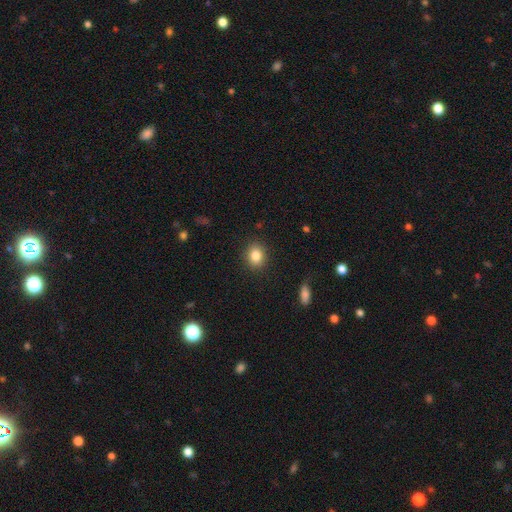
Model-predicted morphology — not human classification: Overall: smooth (84%). How rounded: round (57%; in between 42%). Merging: none (89%).